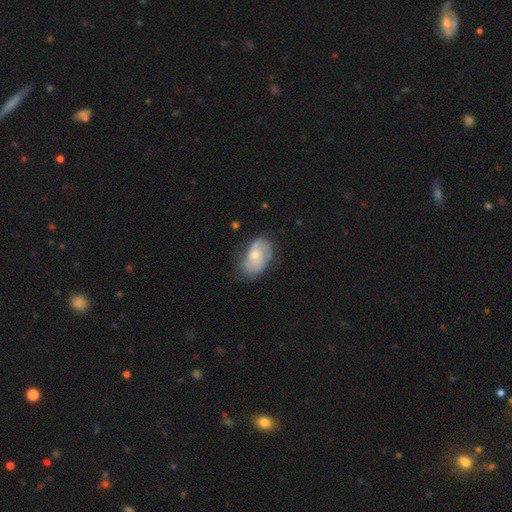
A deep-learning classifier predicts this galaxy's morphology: Q: Smooth or featured?
A: featured or disk (50%); runner-up: smooth (43%)
Q: Merging?
A: none (53%); runner-up: minor disturbance (30%)